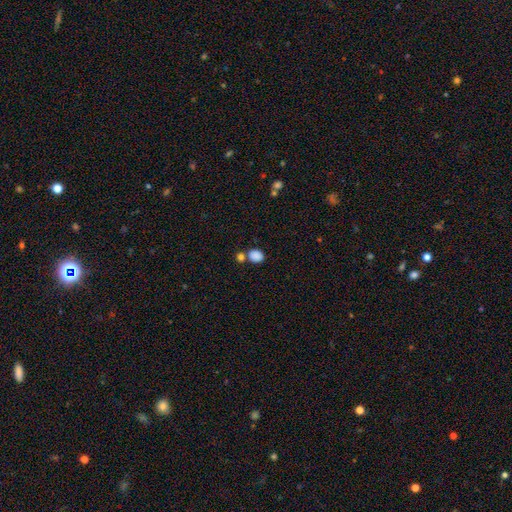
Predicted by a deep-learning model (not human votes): This appears to be a smooth galaxy with no disk features (86%) that is in between round and cigar-shaped (51%). Merging: none (62%).